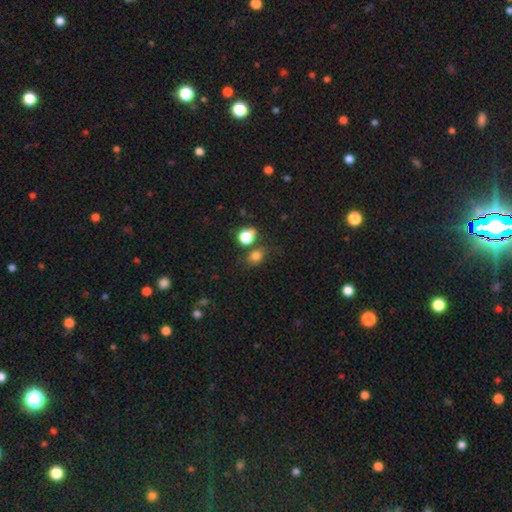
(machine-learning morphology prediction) The model was most divided on "how rounded": round: 54%, in between: 45%, cigar-shaped: 1%. More confident: smooth or featured — smooth (78%); merging — none (66%).